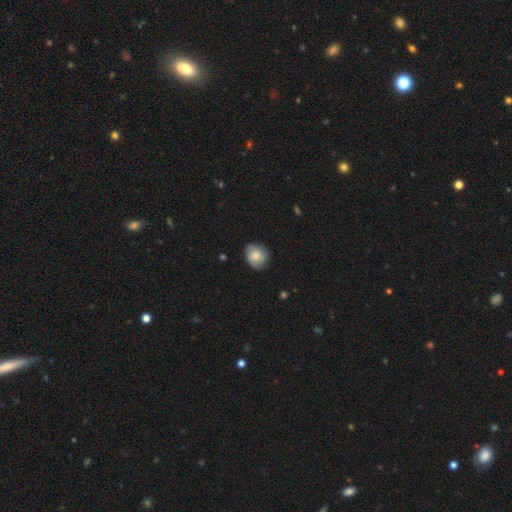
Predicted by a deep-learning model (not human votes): smooth-or-featured: smooth: 69% | featured or disk: 24% | star or artifact: 7%
  how-rounded: round: 75% | in between: 24% | cigar-shaped: 1%
  merging: none: 77% | minor disturbance: 19% | major disturbance: 3% | merger: 1%